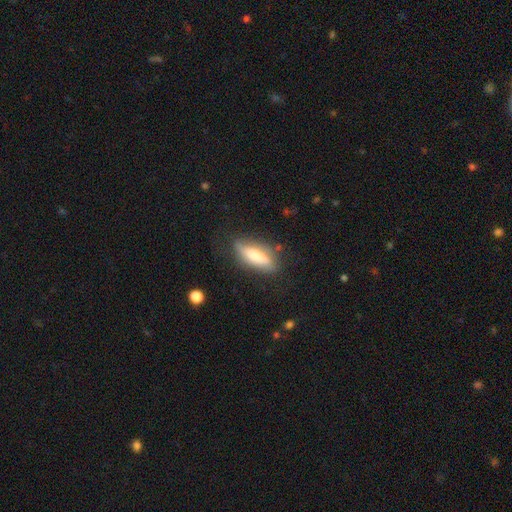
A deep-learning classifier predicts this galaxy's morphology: Overall: smooth (66%; featured or disk 27%). How rounded: in between (54%; cigar-shaped 44%). Merging: none (70%).